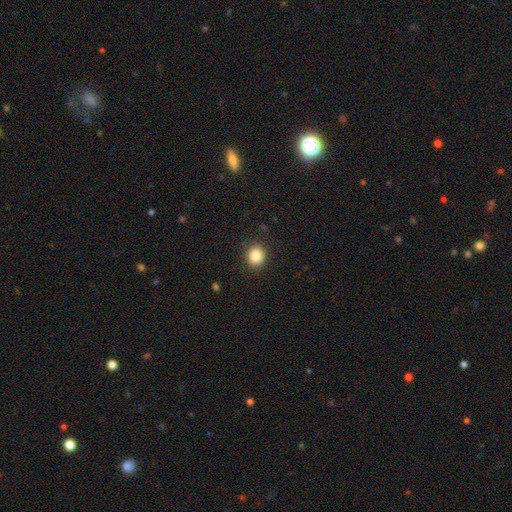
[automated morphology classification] Smooth or featured?
  - smooth: 87% *
  - star or artifact: 9%
  - featured or disk: 3%
How rounded?
  - round: 70% *
  - in between: 29%
  - cigar-shaped: 1%
Merging?
  - none: 88% *
  - minor disturbance: 8%
  - major disturbance: 3%
  - merger: 1%